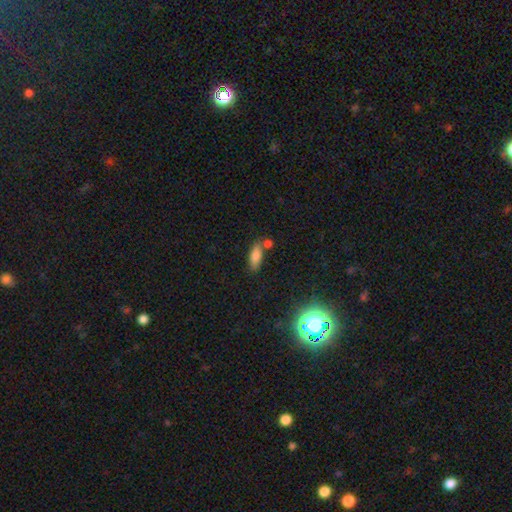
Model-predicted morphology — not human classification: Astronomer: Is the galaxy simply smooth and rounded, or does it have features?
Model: smooth — 81%.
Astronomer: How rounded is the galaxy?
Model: in between — 71%.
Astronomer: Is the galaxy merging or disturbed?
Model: none — 63%.